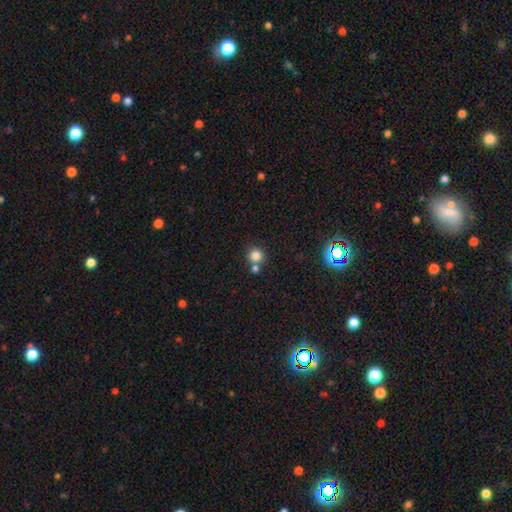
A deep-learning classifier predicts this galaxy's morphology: Q: Smooth or featured?
A: smooth (80%); runner-up: star or artifact (13%)
Q: How rounded?
A: round (92%); runner-up: in between (7%)
Q: Merging?
A: none (61%); runner-up: merger (29%)